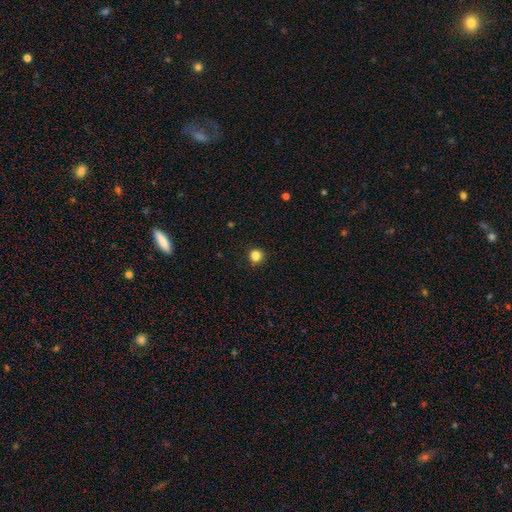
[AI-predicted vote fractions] This appears to be a smooth galaxy with no disk features (85%) that is round (89%). Merging: none (89%).